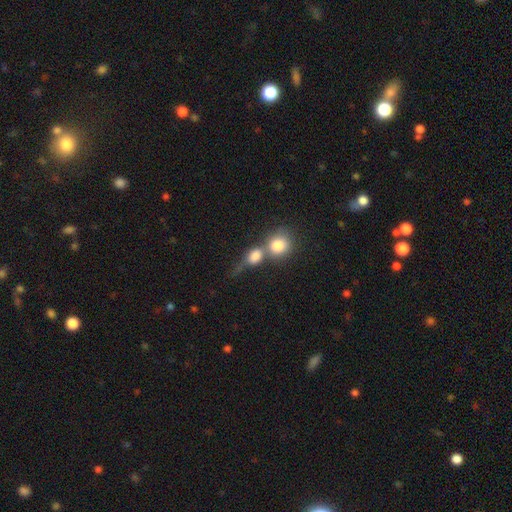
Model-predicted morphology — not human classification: type=smooth (75%); roundness=round (63%); merging=merger (61%).